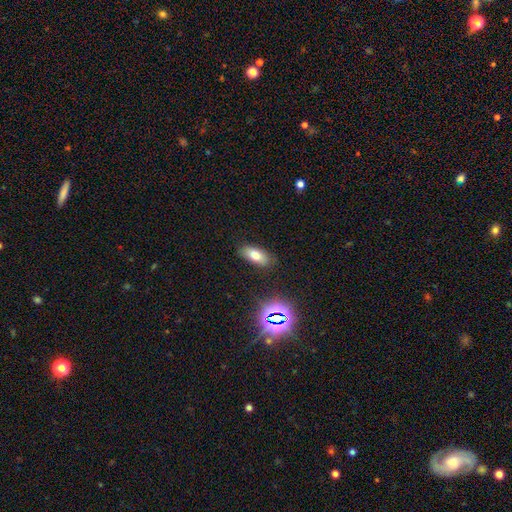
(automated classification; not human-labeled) A smooth galaxy with no disk features (74%) that is in between round and cigar-shaped (85%).

Vote fractions:
- Smooth or featured? smooth: 74% / star or artifact: 14% / featured or disk: 12%
- How rounded? in between: 85% / cigar-shaped: 11% / round: 4%
- Merging? none: 84% / minor disturbance: 11% / major disturbance: 3% / merger: 2%